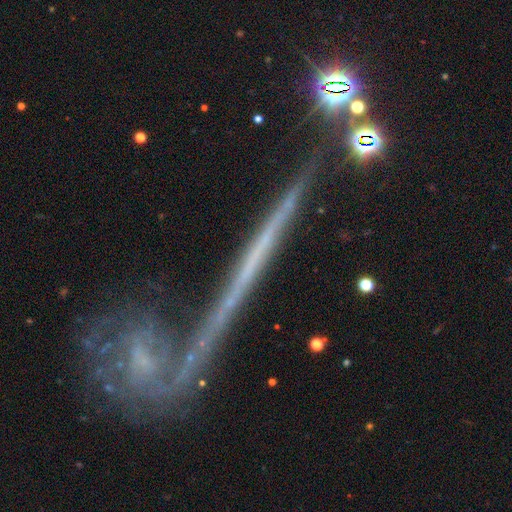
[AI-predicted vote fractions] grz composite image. It shows a featured or disk galaxy (69%) viewed edge-on (86%) with no central bulge (88%). Merging: none (61%).